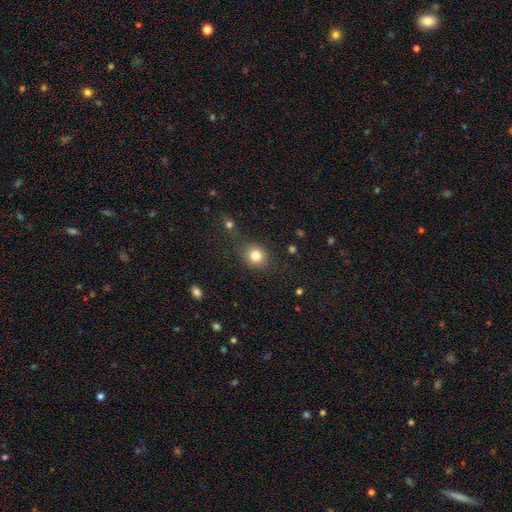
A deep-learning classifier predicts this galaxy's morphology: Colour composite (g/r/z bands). It shows a smooth galaxy with no disk features (82%) that is round (72%). Merging: none (78%).